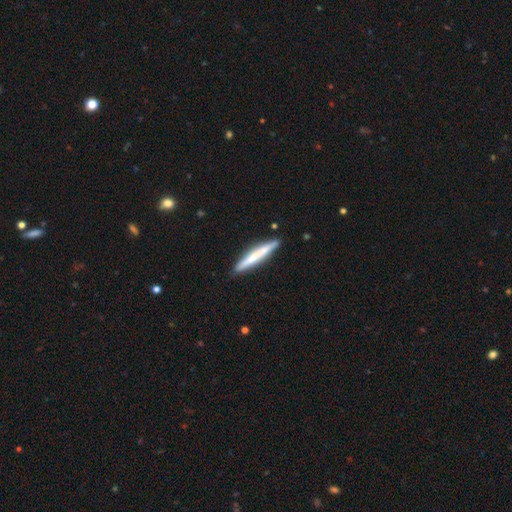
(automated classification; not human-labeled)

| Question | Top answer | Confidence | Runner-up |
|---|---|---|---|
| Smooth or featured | smooth | 56% | featured or disk (39%) |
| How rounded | cigar-shaped | 95% | in between (4%) |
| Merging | none | 89% | minor disturbance (8%) |